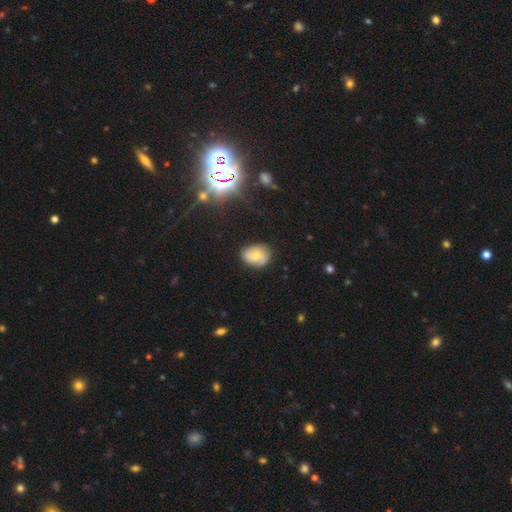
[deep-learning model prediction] Smooth or featured?
  - smooth: 45% *
  - featured or disk: 44%
  - star or artifact: 11%
Merging?
  - none: 76% *
  - minor disturbance: 18%
  - major disturbance: 4%
  - merger: 1%